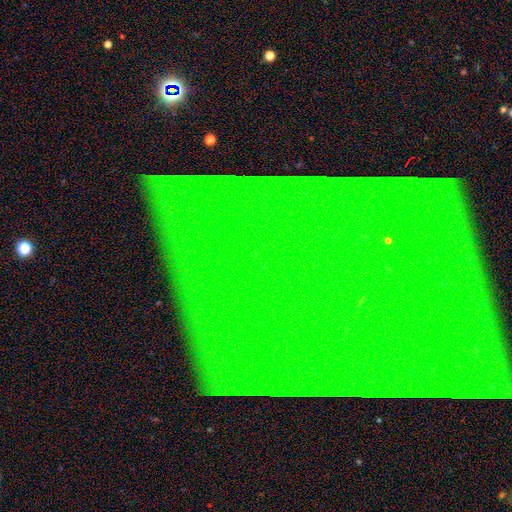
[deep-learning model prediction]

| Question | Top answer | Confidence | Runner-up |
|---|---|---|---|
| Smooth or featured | star or artifact | 85% | smooth (7%) |